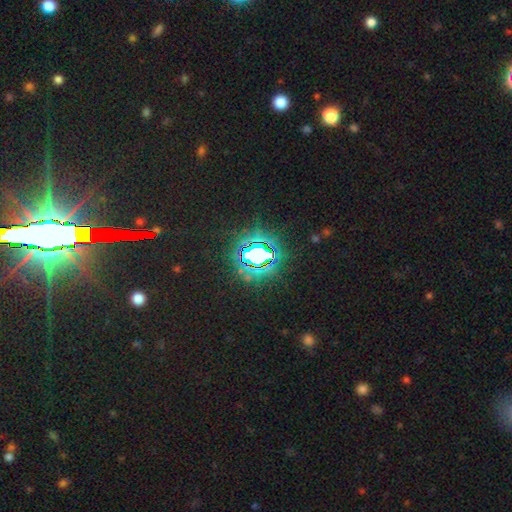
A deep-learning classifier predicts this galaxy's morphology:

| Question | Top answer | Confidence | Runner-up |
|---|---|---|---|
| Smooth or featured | star or artifact | 76% | smooth (14%) |